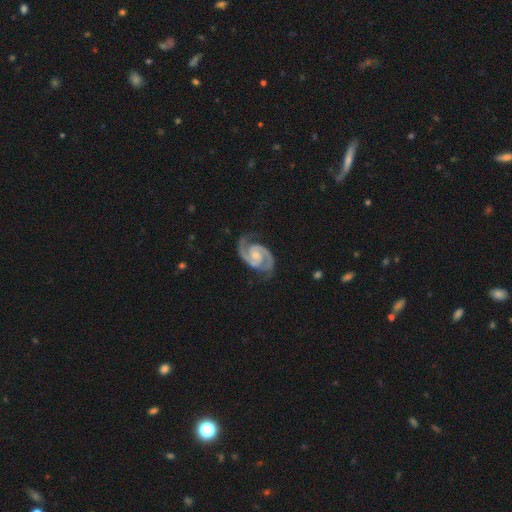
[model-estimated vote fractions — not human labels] A featured or disk galaxy (94%) with no bar (55%), 2 (94%) medium (50%) spiral arms (99%) and a moderate central bulge (45%). Merging: none (77%).